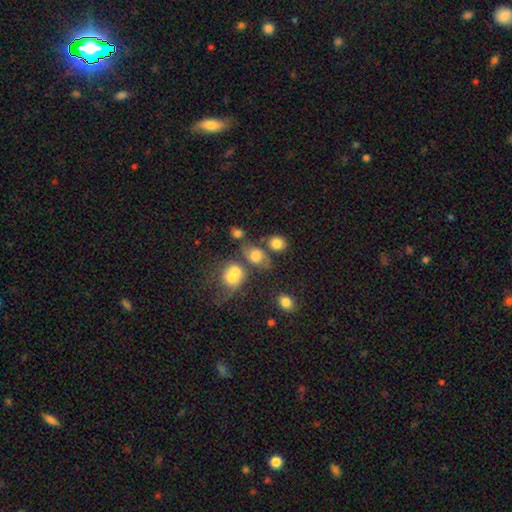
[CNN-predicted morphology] This appears to be a smooth galaxy with no disk features (67%) that is in between round and cigar-shaped (52%). Merging: none (46%).